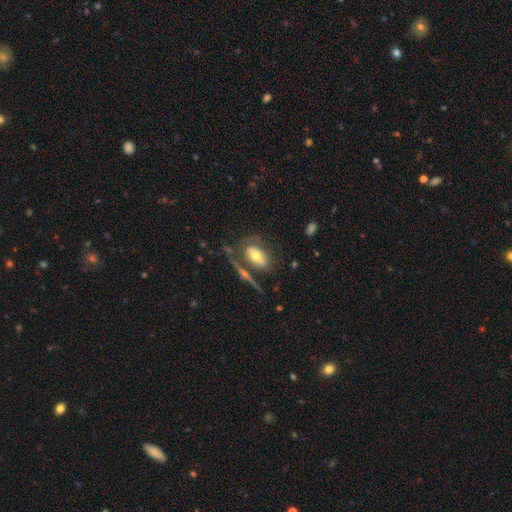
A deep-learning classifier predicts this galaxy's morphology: The model was most divided on "smooth or featured": smooth: 53%, featured or disk: 39%, star or artifact: 8%. Remaining: how rounded — in between (84%); merging — none (49%).